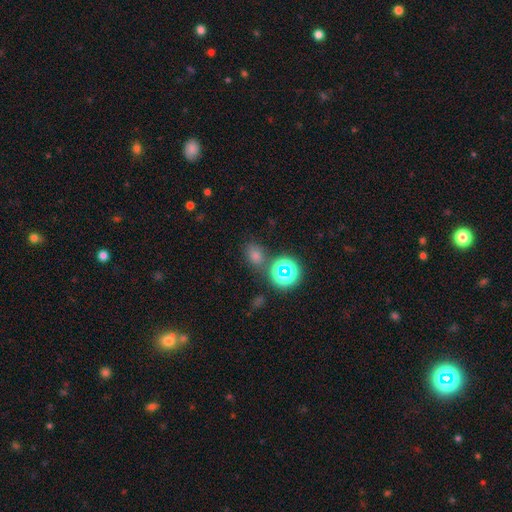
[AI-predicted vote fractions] Smooth or featured?
  - smooth: 54% *
  - star or artifact: 38%
  - featured or disk: 8%
How rounded?
  - round: 58% *
  - in between: 40%
  - cigar-shaped: 2%
Merging?
  - none: 78% *
  - minor disturbance: 10%
  - merger: 8%
  - major disturbance: 4%